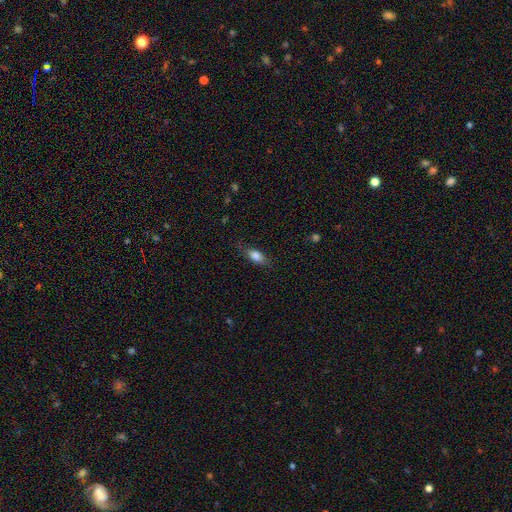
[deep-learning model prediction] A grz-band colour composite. It shows a smooth galaxy with no disk features (82%) that is in between round and cigar-shaped (82%). Merging: none (77%).